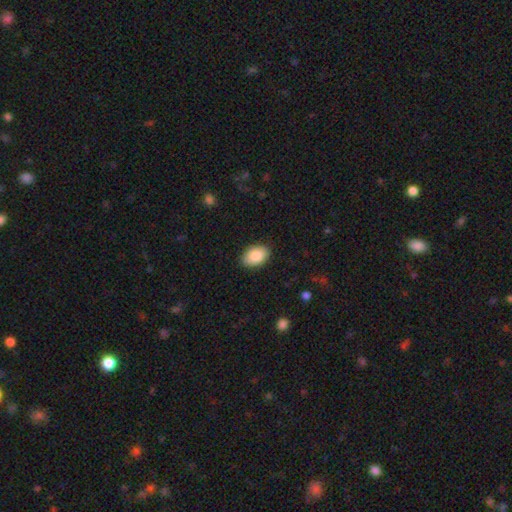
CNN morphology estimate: smooth 88%, star or artifact 6%, featured or disk 6%. Down the decision tree: how rounded — in between (90%); merging — none (88%).